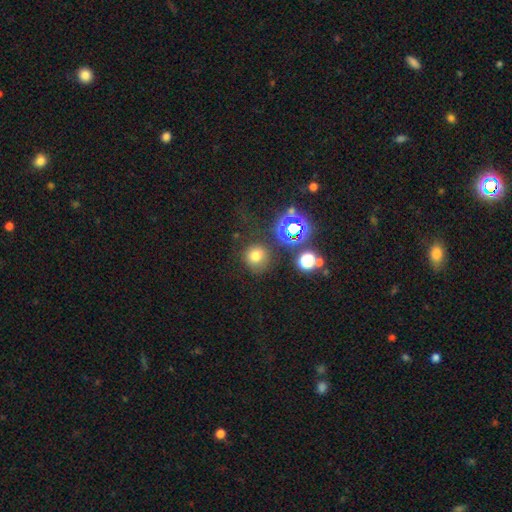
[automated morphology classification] Smooth or featured?
  - smooth: 69% *
  - star or artifact: 23%
  - featured or disk: 8%
How rounded?
  - round: 89% *
  - in between: 10%
  - cigar-shaped: 1%
Merging?
  - none: 77% *
  - minor disturbance: 12%
  - major disturbance: 6%
  - merger: 5%